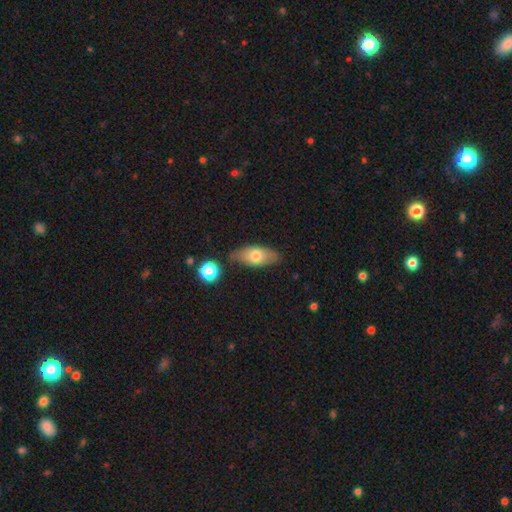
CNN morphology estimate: Q: Smooth or featured?
A: smooth (67%); runner-up: featured or disk (25%)
Q: How rounded?
A: in between (84%); runner-up: cigar-shaped (12%)
Q: Merging?
A: none (71%); runner-up: minor disturbance (19%)